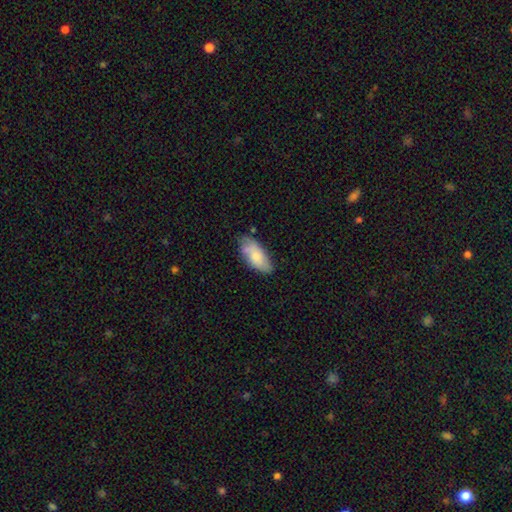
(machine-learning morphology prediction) Q: Smooth or featured?
A: smooth (75%); runner-up: featured or disk (19%)
Q: How rounded?
A: in between (89%); runner-up: cigar-shaped (9%)
Q: Merging?
A: none (62%); runner-up: minor disturbance (28%)